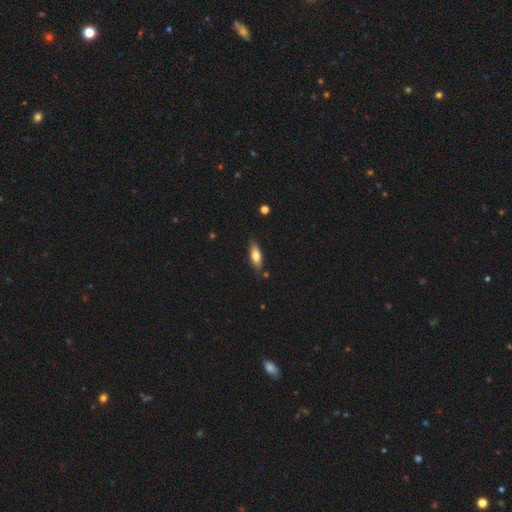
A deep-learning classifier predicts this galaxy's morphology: smooth 71%, featured or disk 23%, star or artifact 6%. Down the decision tree: how rounded — in between (61%); merging — none (82%).